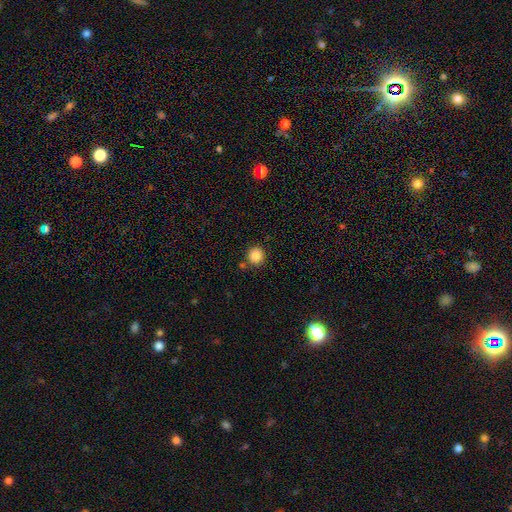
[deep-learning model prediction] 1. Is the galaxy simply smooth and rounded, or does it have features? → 86% smooth, 10% star or artifact, 4% featured or disk.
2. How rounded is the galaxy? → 89% round, 10% in between, 1% cigar-shaped.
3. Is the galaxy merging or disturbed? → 81% none, 9% minor disturbance, 7% merger, 3% major disturbance.